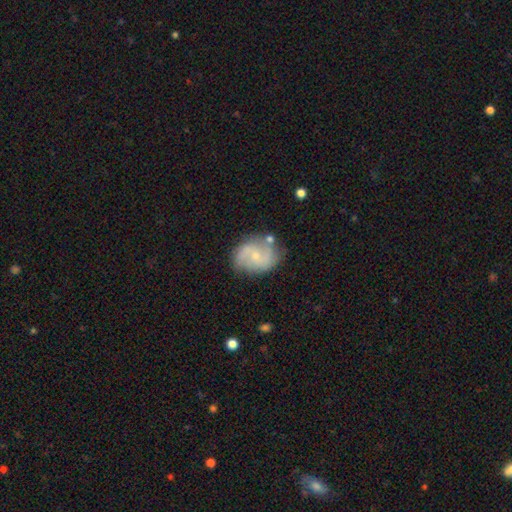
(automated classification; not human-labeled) This appears to be a featured or disk galaxy (69%) with no bar (60%), 2 (78%) medium (44%) spiral arms (87%) and a small central bulge (69%). Merging: none (67%).